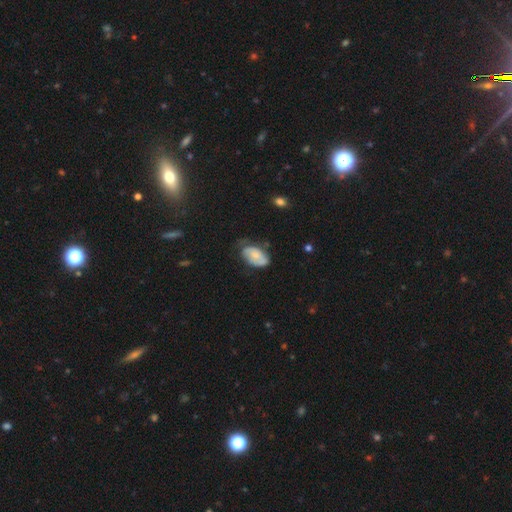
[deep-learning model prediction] smooth 57%, featured or disk 37%, star or artifact 7%. Down the decision tree: how rounded — in between (92%); merging — none (45%).